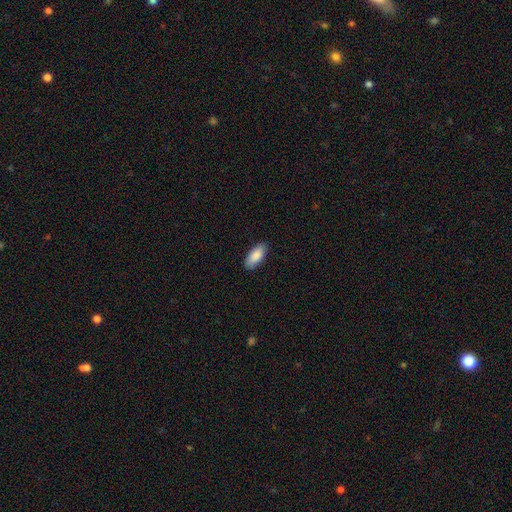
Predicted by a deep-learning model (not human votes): A smooth galaxy with no disk features (89%) that is in between round and cigar-shaped (87%). Merging: none (88%).